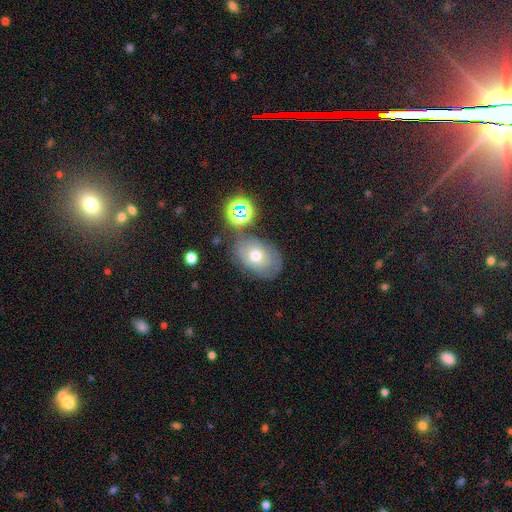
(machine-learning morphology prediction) Smooth or featured? smooth (61%)
How rounded? in between (78%)
Merging? none (64%)